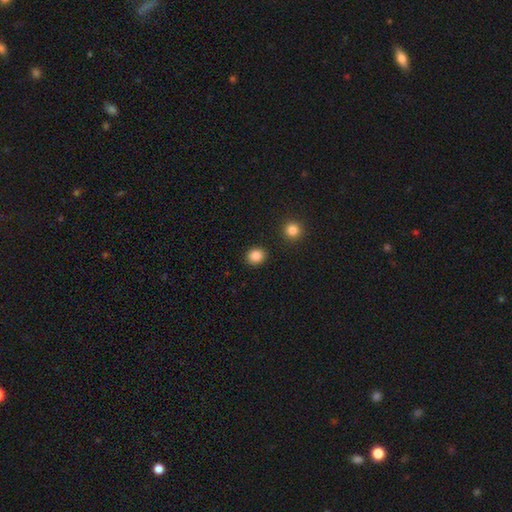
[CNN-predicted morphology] A smooth galaxy with no disk features (86%) that is round (76%). Merging: none (89%).